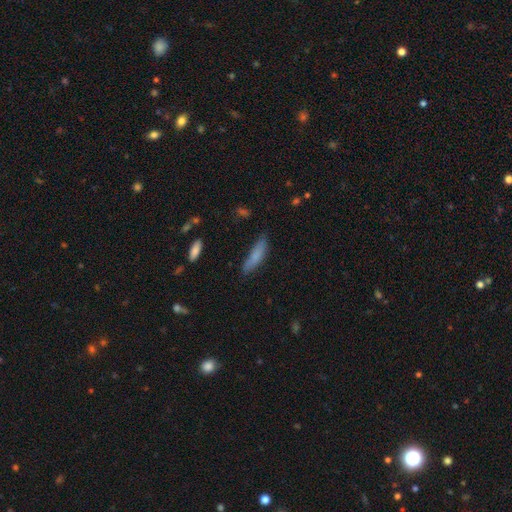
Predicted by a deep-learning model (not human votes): Smooth or featured? Predicted: smooth (p=0.79). How rounded? Predicted: cigar-shaped (p=0.69). Merging? Predicted: none (p=0.75).